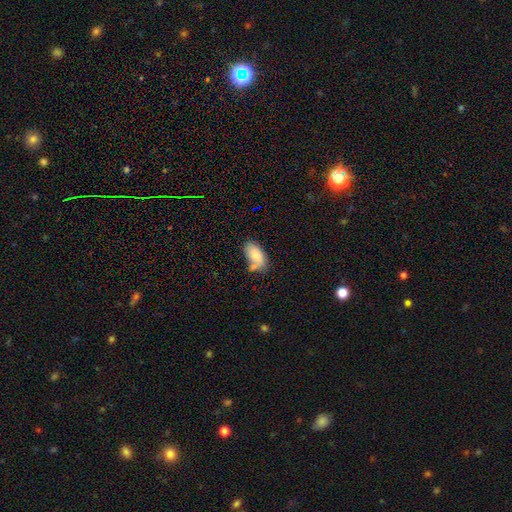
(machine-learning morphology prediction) smooth-or-featured: smooth: 77% | featured or disk: 16% | star or artifact: 7%
  how-rounded: in between: 93% | round: 4% | cigar-shaped: 3%
  merging: none: 50% | minor disturbance: 23% | merger: 20% | major disturbance: 7%